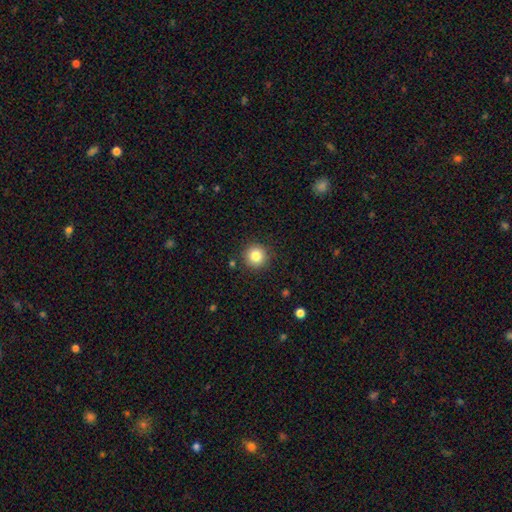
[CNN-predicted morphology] This appears to be a smooth galaxy with no disk features (83%) that is round (95%). Merging: none (90%).